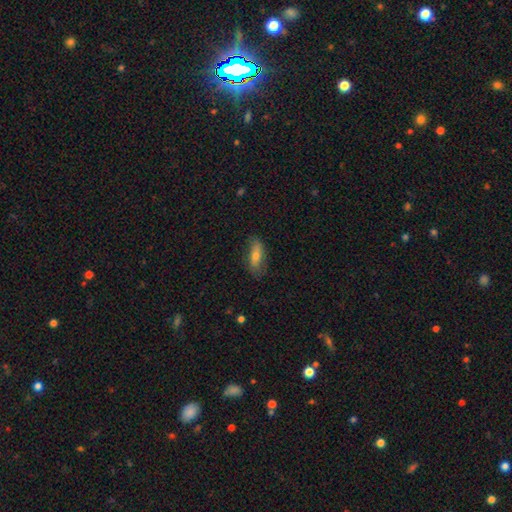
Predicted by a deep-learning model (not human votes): smooth_or_featured: smooth (p=0.59) [alt: featured or disk p=0.33]
how_rounded: in between (p=0.66) [alt: cigar-shaped p=0.30]
merging: none (p=0.76) [alt: minor disturbance p=0.18]